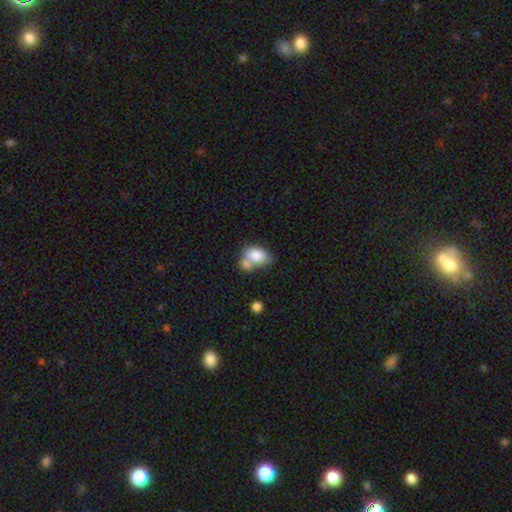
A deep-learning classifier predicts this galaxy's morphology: smooth_or_featured: smooth (p=0.78) [alt: featured or disk p=0.15]
how_rounded: in between (p=0.85) [alt: round p=0.14]
merging: merger (p=0.51) [alt: none p=0.30]